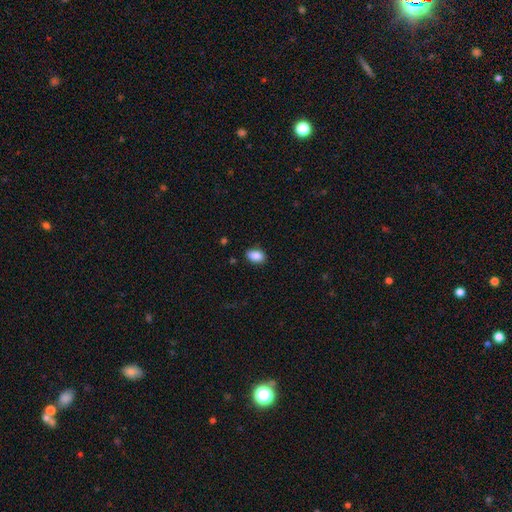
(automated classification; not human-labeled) smooth_or_featured: smooth (p=0.88) [alt: star or artifact p=0.08]
how_rounded: in between (p=0.87) [alt: round p=0.11]
merging: none (p=0.83) [alt: minor disturbance p=0.14]